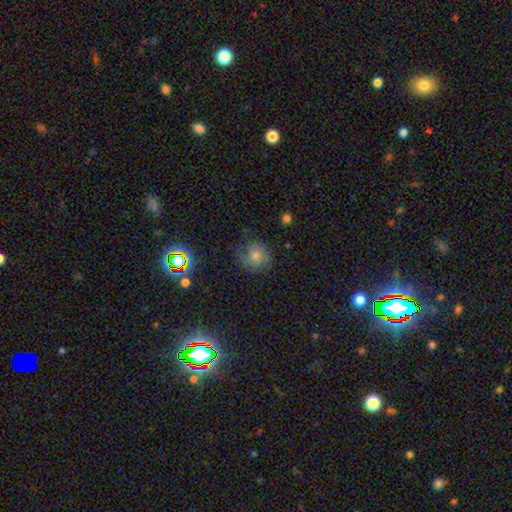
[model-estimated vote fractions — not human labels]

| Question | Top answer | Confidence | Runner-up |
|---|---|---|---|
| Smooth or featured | smooth | 57% | star or artifact (24%) |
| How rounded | round | 88% | in between (11%) |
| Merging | none | 70% | minor disturbance (19%) |